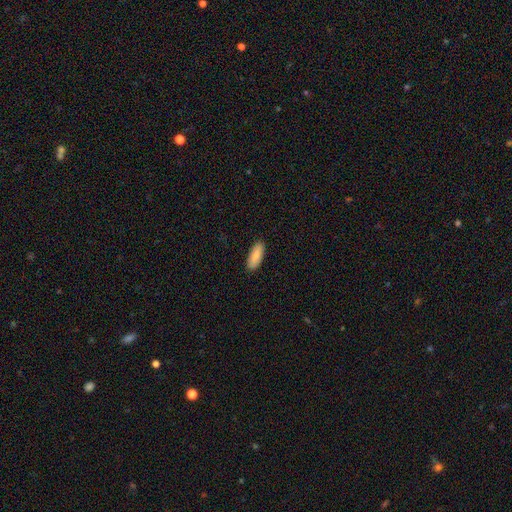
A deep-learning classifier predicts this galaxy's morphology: This is clearly a smooth galaxy (87%). How rounded: likely in between (78%). Merging: clearly none (90%).